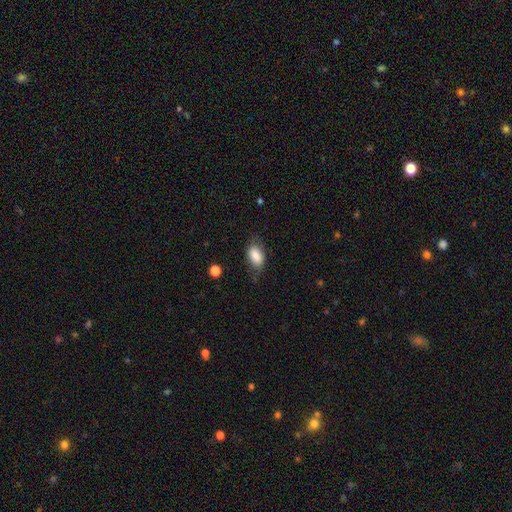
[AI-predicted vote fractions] Smooth or featured: smooth — 84% (featured or disk — 9%)
How rounded: in between — 90% (round — 6%)
Merging: none — 68% (minor disturbance — 23%)